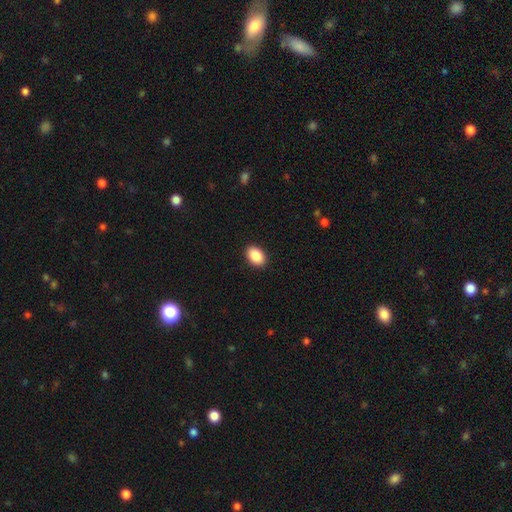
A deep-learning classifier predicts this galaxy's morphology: This appears to be a smooth galaxy with no disk features (89%) that is in between round and cigar-shaped (86%). Merging: none (91%).